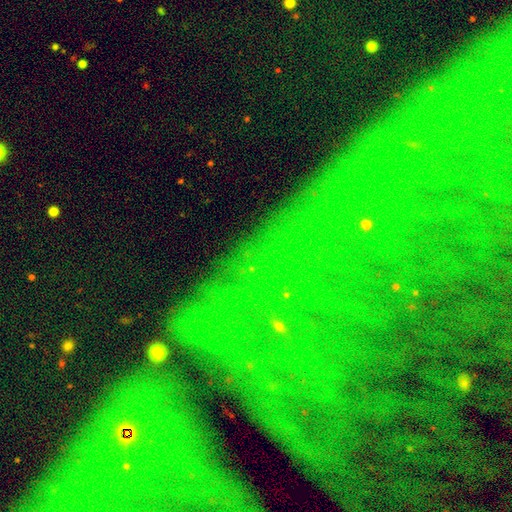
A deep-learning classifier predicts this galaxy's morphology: star or artifact 81%, featured or disk 10%, smooth 9%.